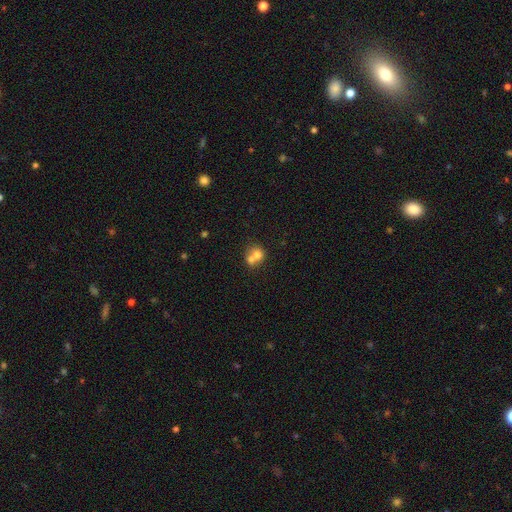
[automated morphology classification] This appears to be a smooth galaxy with no disk features (69%) that is round (75%). Merging: merger (64%).